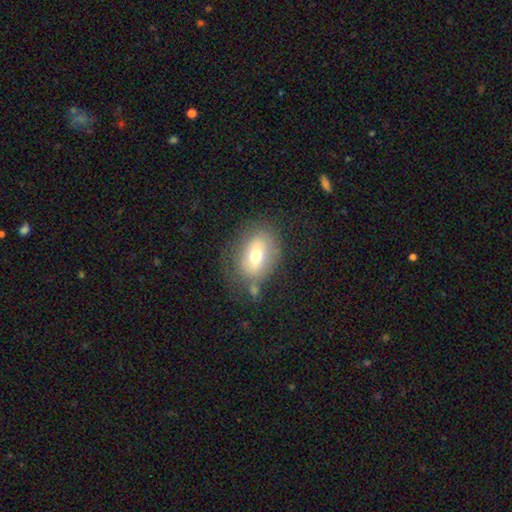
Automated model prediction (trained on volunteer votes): A smooth galaxy with no disk features (63%) that is in between round and cigar-shaped (75%). Merging: none (65%).